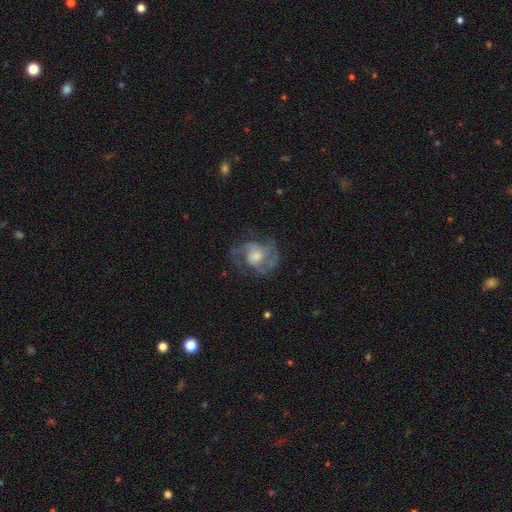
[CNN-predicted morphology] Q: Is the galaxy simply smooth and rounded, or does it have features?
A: featured or disk — 77%.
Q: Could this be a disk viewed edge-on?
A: no — 98%.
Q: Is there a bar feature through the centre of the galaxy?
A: no — 65%.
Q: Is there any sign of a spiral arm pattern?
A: yes — 89%.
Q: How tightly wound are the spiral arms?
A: medium — 51%.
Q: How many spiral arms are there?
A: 2 — 45%.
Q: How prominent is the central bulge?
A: moderate — 48%.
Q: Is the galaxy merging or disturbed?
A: none — 63%.